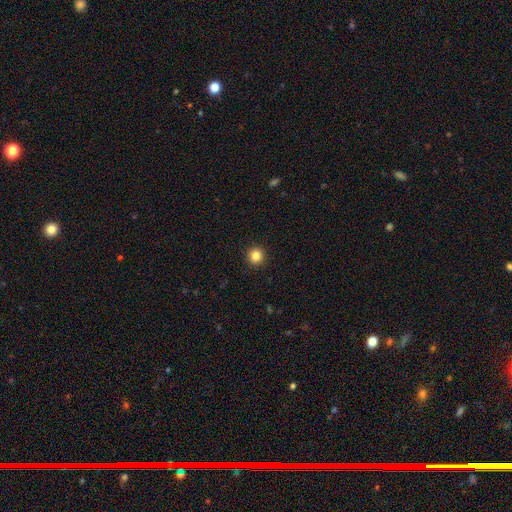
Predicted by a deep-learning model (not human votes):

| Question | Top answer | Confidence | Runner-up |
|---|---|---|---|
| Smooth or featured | smooth | 84% | star or artifact (11%) |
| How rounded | round | 94% | in between (5%) |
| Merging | none | 93% | minor disturbance (4%) |